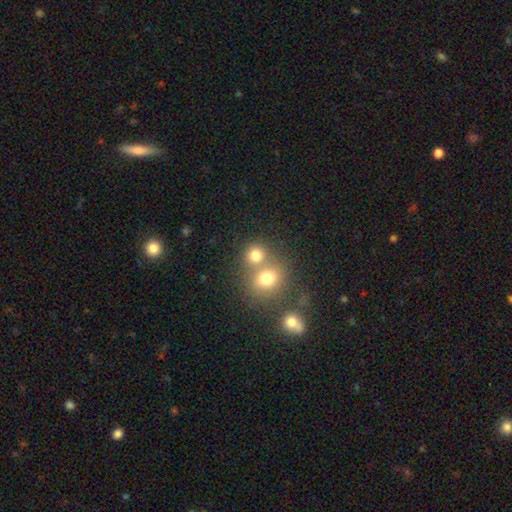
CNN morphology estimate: Overall: smooth (76%). How rounded: round (82%). Merging: none (48%; merger 42%).